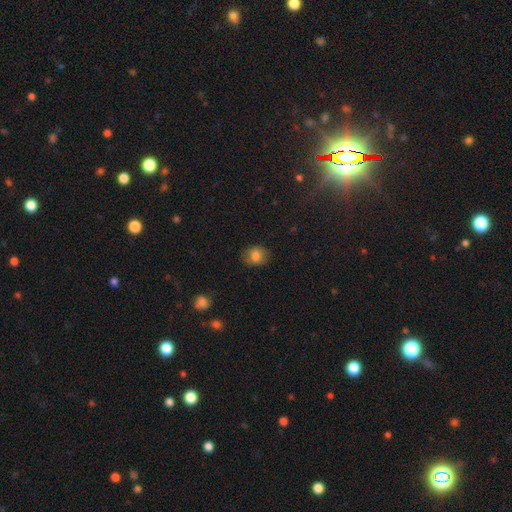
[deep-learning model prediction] The model was most divided on "how rounded": round: 57%, in between: 42%, cigar-shaped: 1%. More confident: smooth or featured — smooth (81%); merging — none (79%).